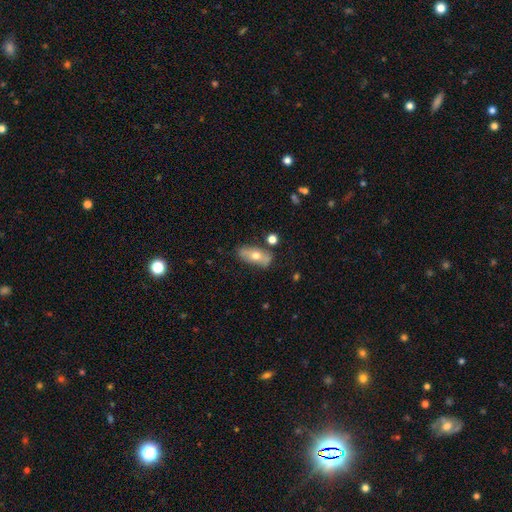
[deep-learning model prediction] Smooth or featured?
  - smooth: 57% *
  - featured or disk: 36%
  - star or artifact: 7%
How rounded?
  - in between: 81% *
  - cigar-shaped: 13%
  - round: 6%
Merging?
  - none: 74% *
  - minor disturbance: 16%
  - merger: 6%
  - major disturbance: 4%